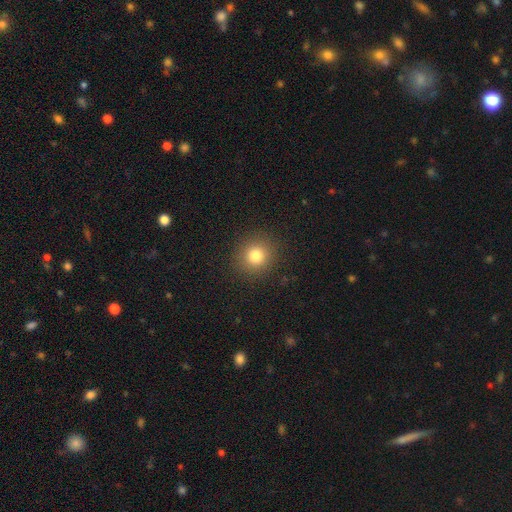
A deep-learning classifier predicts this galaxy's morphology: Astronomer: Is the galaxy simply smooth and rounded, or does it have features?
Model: smooth — 80%.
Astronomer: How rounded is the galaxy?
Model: round — 88%.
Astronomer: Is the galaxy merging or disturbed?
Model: none — 90%.